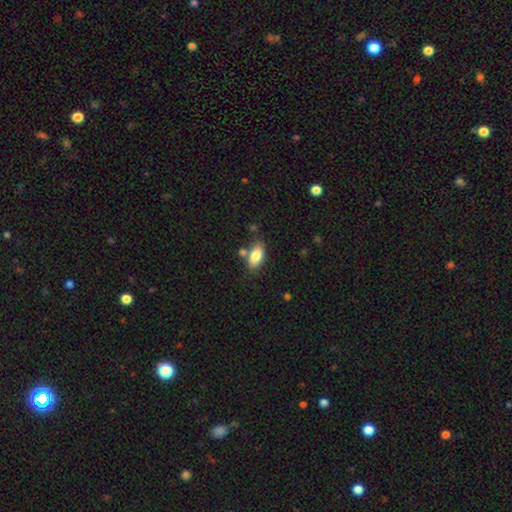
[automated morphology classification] type=smooth (82%); roundness=in between (89%); merging=none (71%).